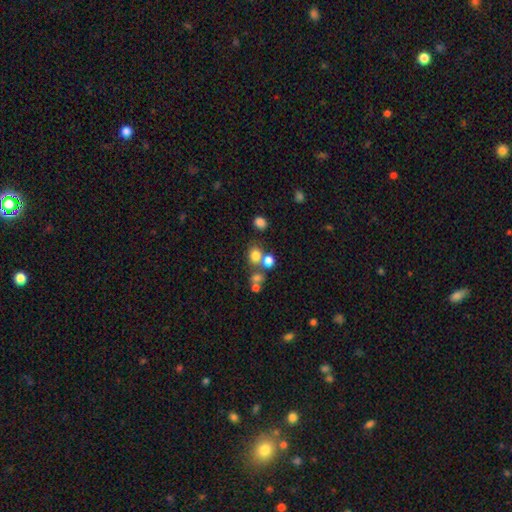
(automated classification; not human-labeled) Smooth or featured? Predicted: smooth (p=0.73). How rounded? Predicted: round (p=0.74). Merging? Predicted: none (p=0.53).